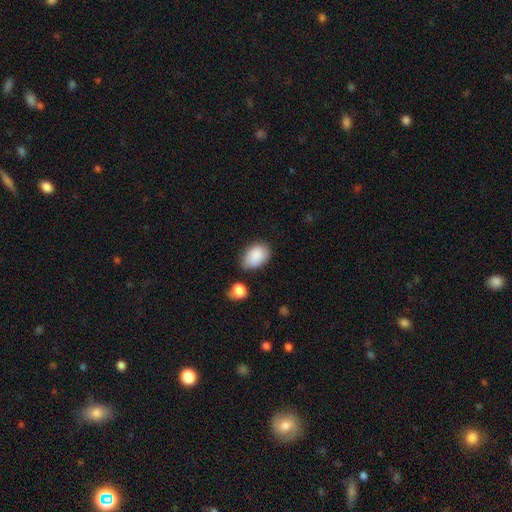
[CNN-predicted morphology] The model was most divided on "merging": none: 66%, minor disturbance: 23%, merger: 5%, major disturbance: 5%. More confident: smooth or featured — smooth (88%); how rounded — in between (87%).